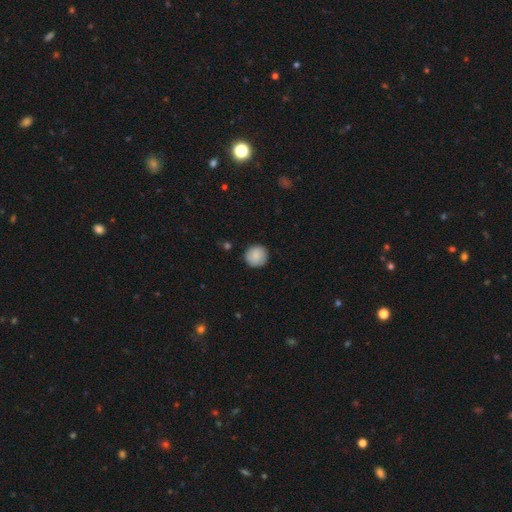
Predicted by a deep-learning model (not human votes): Morphology: type=smooth (87%); roundness=round (95%); merging=none (90%).